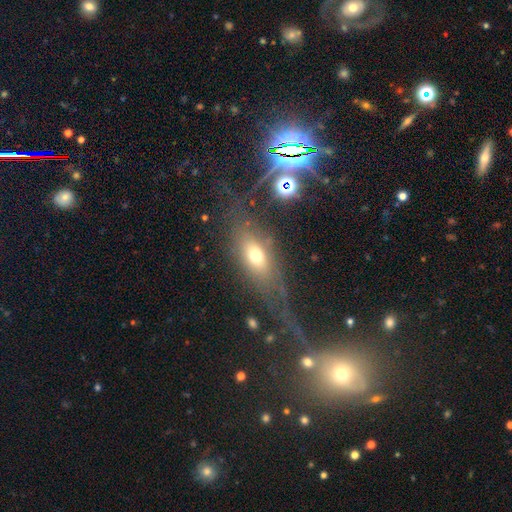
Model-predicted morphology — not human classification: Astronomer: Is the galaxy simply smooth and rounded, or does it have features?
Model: smooth — 55% (runner-up: featured or disk, 31%).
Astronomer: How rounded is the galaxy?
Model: in between — 70%.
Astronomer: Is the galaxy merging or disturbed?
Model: none — 52%.